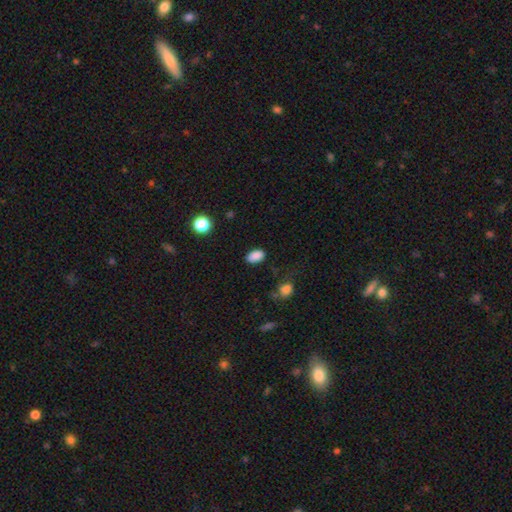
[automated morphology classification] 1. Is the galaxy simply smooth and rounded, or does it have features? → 87% smooth, 10% star or artifact, 4% featured or disk.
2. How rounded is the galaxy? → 90% in between, 8% round, 2% cigar-shaped.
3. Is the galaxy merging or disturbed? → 80% none, 14% minor disturbance, 4% major disturbance, 2% merger.